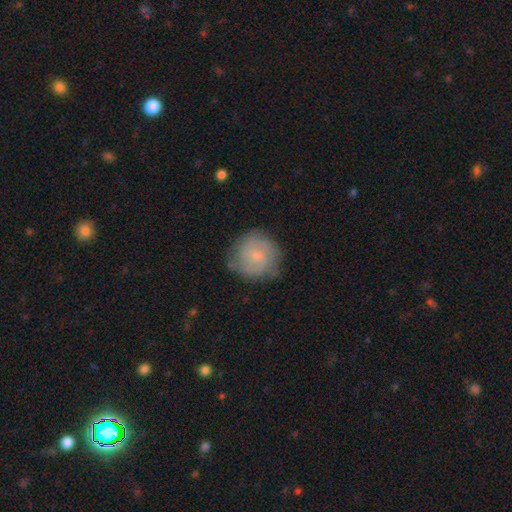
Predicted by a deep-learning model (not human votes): Smooth or featured? Predicted: smooth (p=0.49). Merging? Predicted: none (p=0.73).